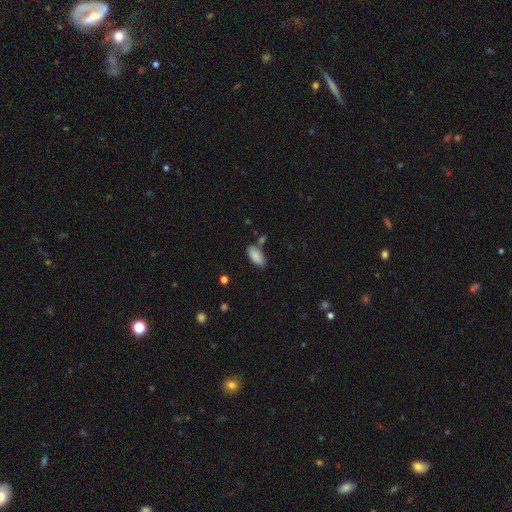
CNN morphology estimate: type=smooth (88%); roundness=in between (92%); merging=none (72%).